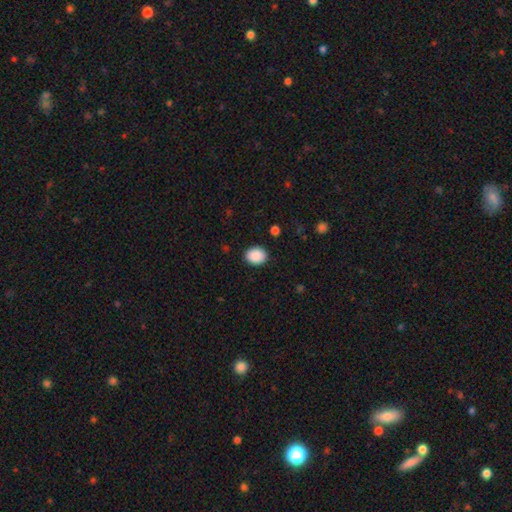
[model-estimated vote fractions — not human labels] smooth 90%, star or artifact 8%, featured or disk 3%. Down the decision tree: how rounded — in between (51%); merging — none (89%).